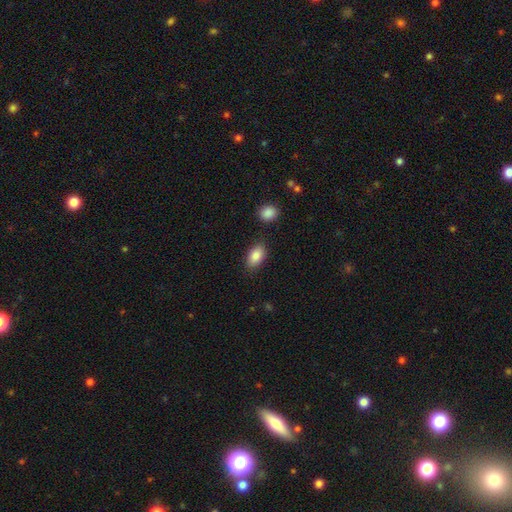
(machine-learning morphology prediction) Overall: smooth (86%). How rounded: in between (91%). Merging: none (83%).